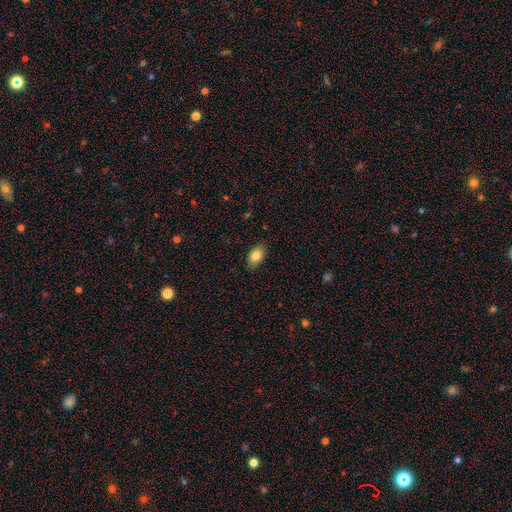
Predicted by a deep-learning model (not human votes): Morphology: type=smooth (83%); roundness=in between (88%); merging=none (86%).